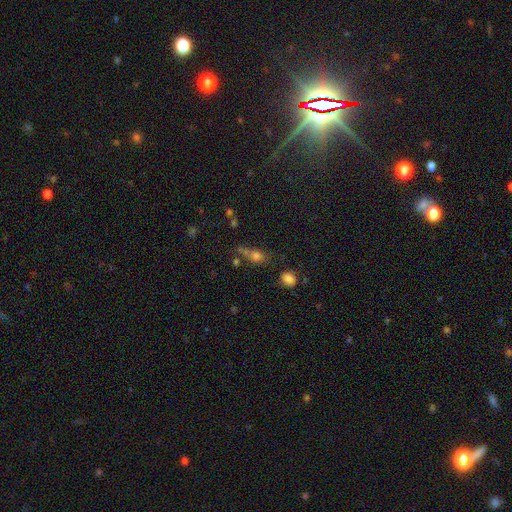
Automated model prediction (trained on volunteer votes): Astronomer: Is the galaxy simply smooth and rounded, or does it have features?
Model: smooth — 69%.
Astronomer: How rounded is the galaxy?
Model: in between — 53% (runner-up: round, 39%).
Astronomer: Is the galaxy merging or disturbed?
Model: none — 43% (runner-up: merger, 28%).